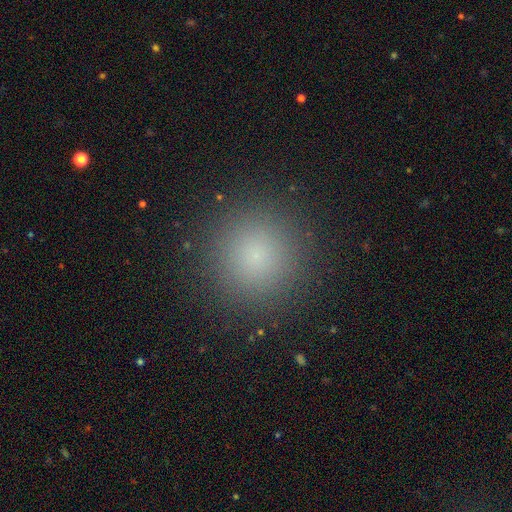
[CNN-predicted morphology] smooth_or_featured: smooth (p=0.79) [alt: star or artifact p=0.16]
how_rounded: round (p=0.95) [alt: in between p=0.04]
merging: none (p=0.91) [alt: minor disturbance p=0.05]